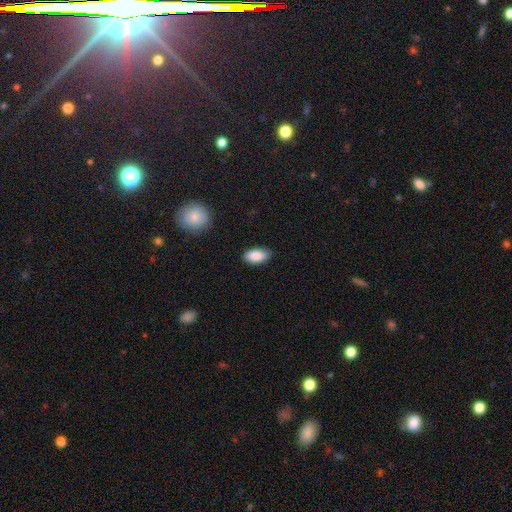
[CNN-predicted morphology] smooth-or-featured: smooth: 89% | star or artifact: 7% | featured or disk: 5%
  how-rounded: in between: 93% | cigar-shaped: 3% | round: 3%
  merging: none: 83% | minor disturbance: 13% | major disturbance: 2% | merger: 1%